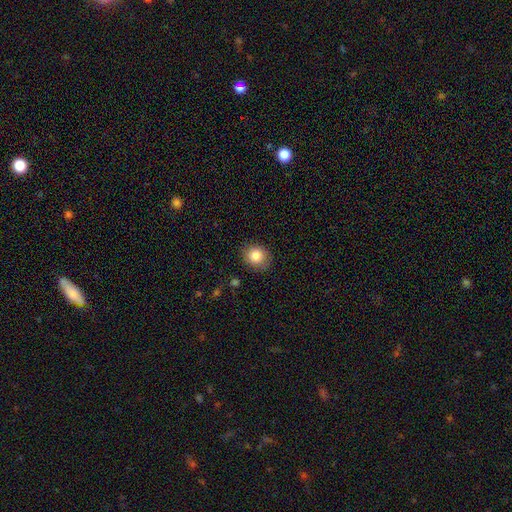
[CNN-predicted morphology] A smooth galaxy with no disk features (84%) that is round (72%). Merging: none (84%).